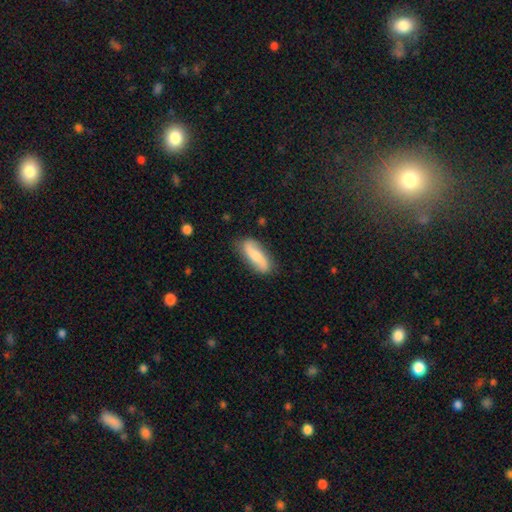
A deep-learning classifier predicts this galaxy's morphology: A smooth galaxy with no disk features (49%). Merging: none (79%).